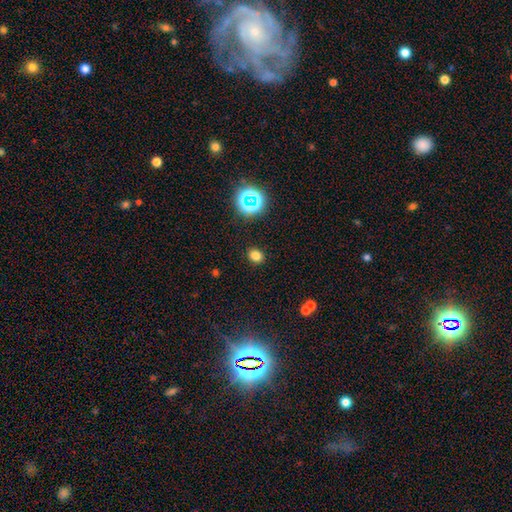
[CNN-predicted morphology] Q: Smooth or featured?
A: smooth (76%); runner-up: star or artifact (19%)
Q: How rounded?
A: round (66%); runner-up: in between (33%)
Q: Merging?
A: none (89%); runner-up: minor disturbance (7%)